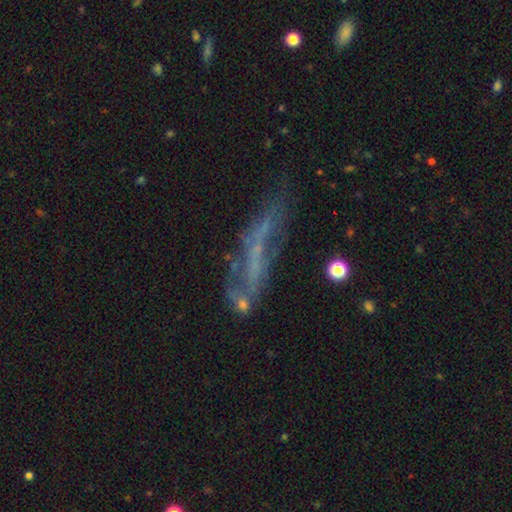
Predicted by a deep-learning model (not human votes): A featured or disk galaxy (56%).

Vote fractions:
- Smooth or featured? featured or disk: 56% / smooth: 26% / star or artifact: 18%
- Edge-on disk? no: 64% / yes: 36%
- Merging? none: 45% / major disturbance: 24% / minor disturbance: 22% / merger: 9%